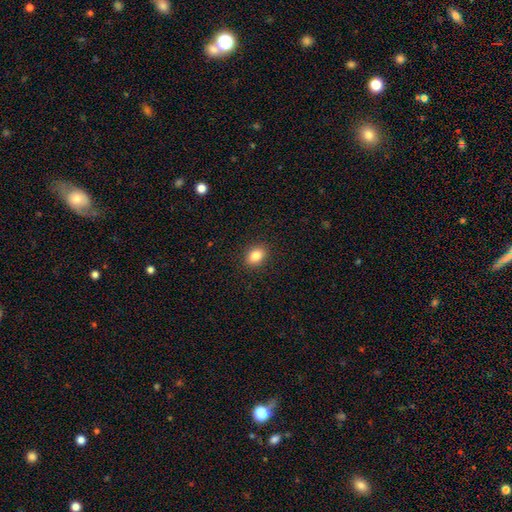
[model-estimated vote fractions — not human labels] Morphology: type=smooth (85%); roundness=in between (72%); merging=none (90%).